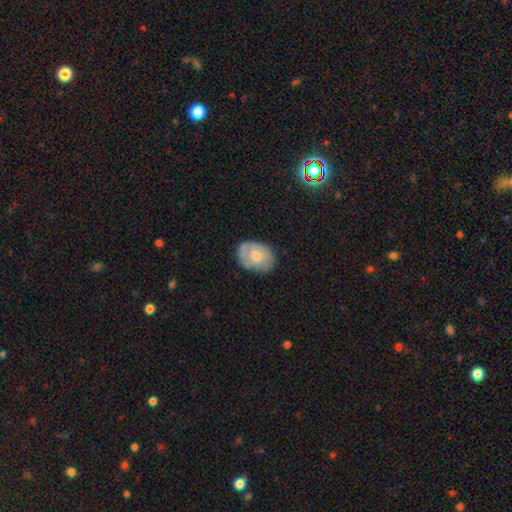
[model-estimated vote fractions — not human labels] A smooth galaxy with no disk features (56%) that is in between round and cigar-shaped (69%).

Vote fractions:
- Smooth or featured? smooth: 56% / featured or disk: 37% / star or artifact: 7%
- How rounded? in between: 69% / round: 30% / cigar-shaped: 1%
- Merging? none: 70% / minor disturbance: 23% / major disturbance: 5% / merger: 1%